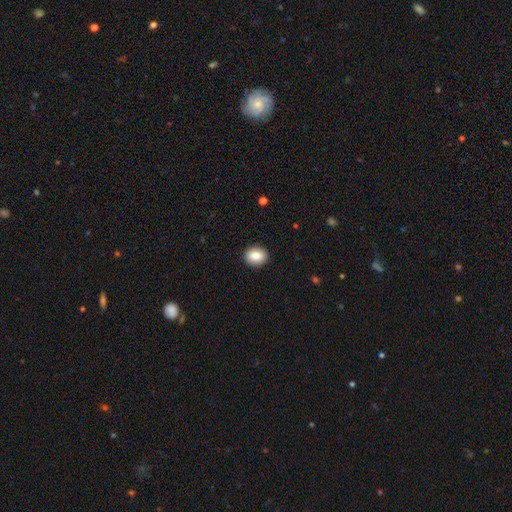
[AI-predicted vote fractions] Overall: smooth (87%). How rounded: round (52%; in between 47%). Merging: none (90%).